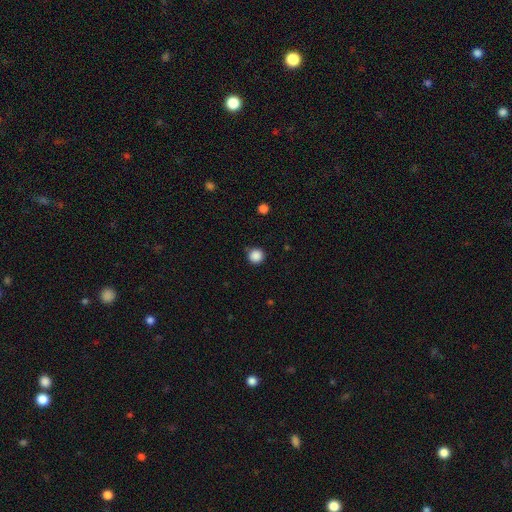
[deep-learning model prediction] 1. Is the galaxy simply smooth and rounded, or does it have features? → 87% smooth, 11% star or artifact, 3% featured or disk.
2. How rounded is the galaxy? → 95% round, 4% in between, 1% cigar-shaped.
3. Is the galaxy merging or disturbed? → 86% none, 10% minor disturbance, 3% major disturbance, 2% merger.